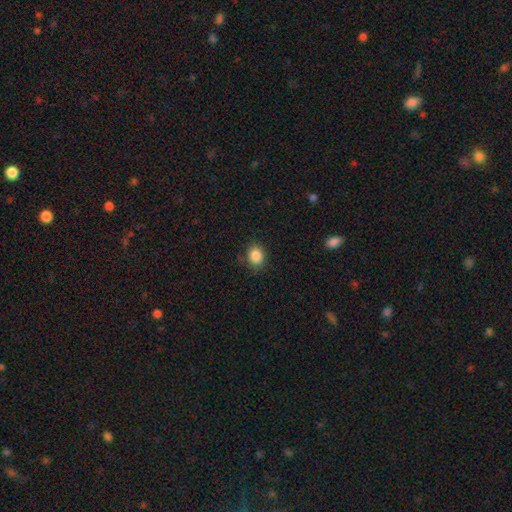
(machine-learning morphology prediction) smooth 86%, star or artifact 10%, featured or disk 4%. Down the decision tree: how rounded — in between (50%); merging — none (83%).